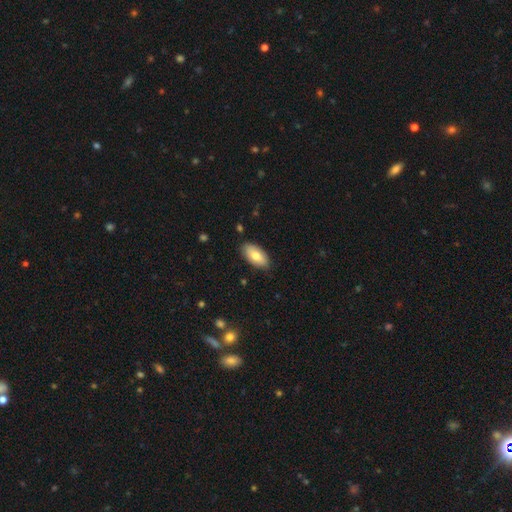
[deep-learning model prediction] A smooth galaxy with no disk features (76%) that is in between round and cigar-shaped (94%). Merging: none (85%).